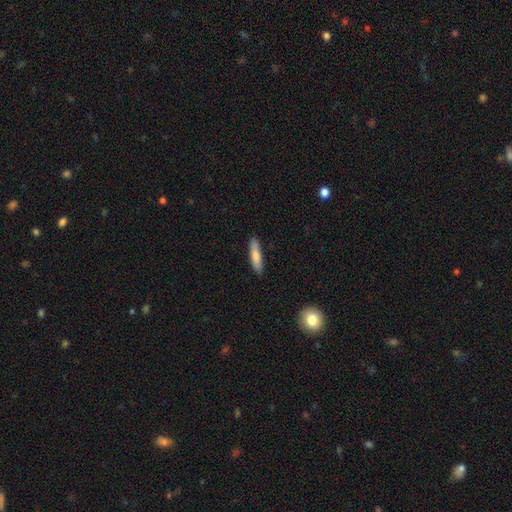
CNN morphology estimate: Smooth or featured: smooth — 77% (featured or disk — 17%)
How rounded: cigar-shaped — 77% (in between — 21%)
Merging: none — 88% (minor disturbance — 9%)